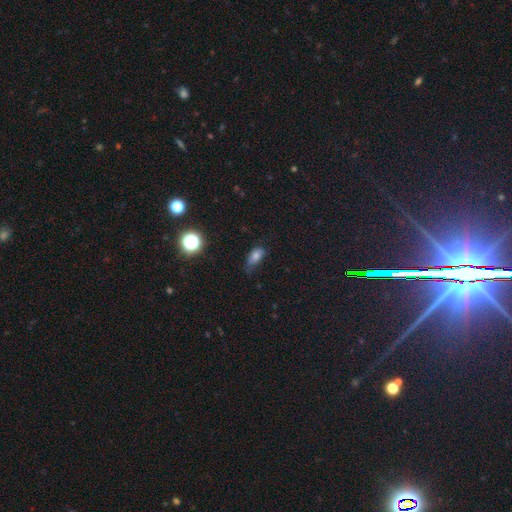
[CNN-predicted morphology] Smooth or featured?
  - smooth: 75% *
  - star or artifact: 14%
  - featured or disk: 11%
How rounded?
  - in between: 84% *
  - round: 8%
  - cigar-shaped: 8%
Merging?
  - none: 47% *
  - minor disturbance: 38%
  - major disturbance: 13%
  - merger: 2%